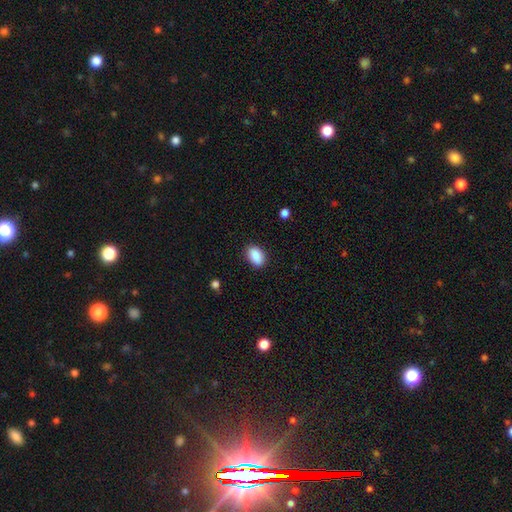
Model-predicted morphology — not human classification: The model was most divided on "merging": none: 85%, minor disturbance: 11%, major disturbance: 3%, merger: 1%. More confident: smooth or featured — smooth (89%); how rounded — in between (89%).